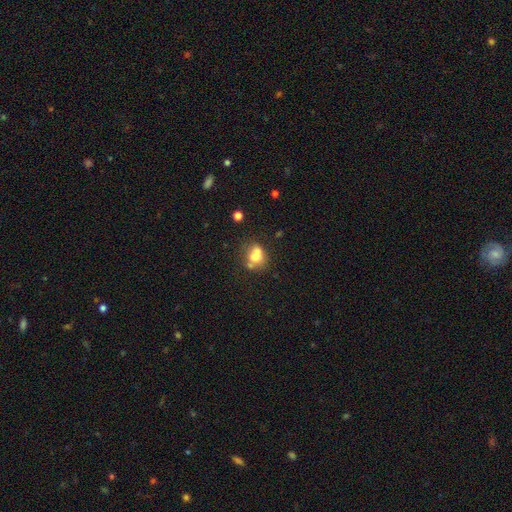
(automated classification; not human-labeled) This is likely a smooth galaxy (66%). How rounded: likely round (62%). Merging: possibly merger (46%).